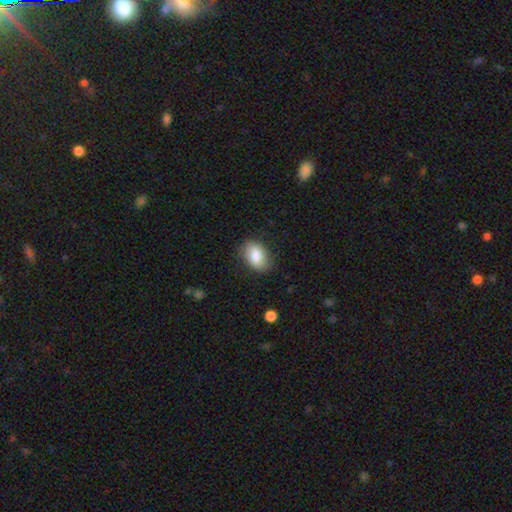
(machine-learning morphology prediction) Q: Smooth or featured?
A: smooth (79%); runner-up: featured or disk (14%)
Q: How rounded?
A: in between (84%); runner-up: round (14%)
Q: Merging?
A: none (80%); runner-up: minor disturbance (15%)